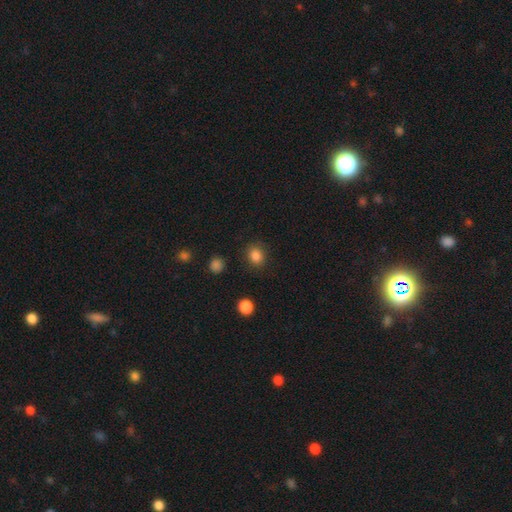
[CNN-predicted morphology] Smooth or featured: smooth — 85% (star or artifact — 11%)
How rounded: round — 71% (in between — 28%)
Merging: none — 86% (minor disturbance — 9%)